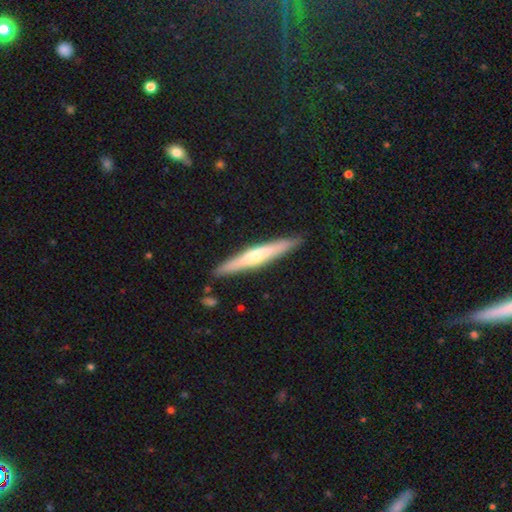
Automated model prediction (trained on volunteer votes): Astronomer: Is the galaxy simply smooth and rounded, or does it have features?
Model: featured or disk — 55% (runner-up: smooth, 40%).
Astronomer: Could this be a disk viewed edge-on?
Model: yes — 95%.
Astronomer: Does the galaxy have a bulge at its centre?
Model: rounded — 68%.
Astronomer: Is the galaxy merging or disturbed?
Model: none — 89%.